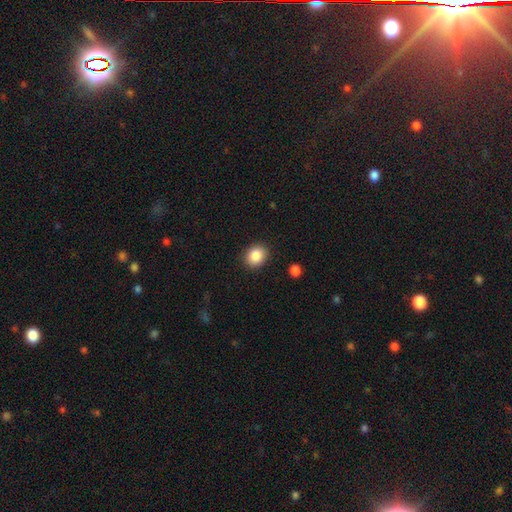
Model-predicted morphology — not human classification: Smooth or featured? smooth (87%)
How rounded? round (63%)
Merging? none (89%)